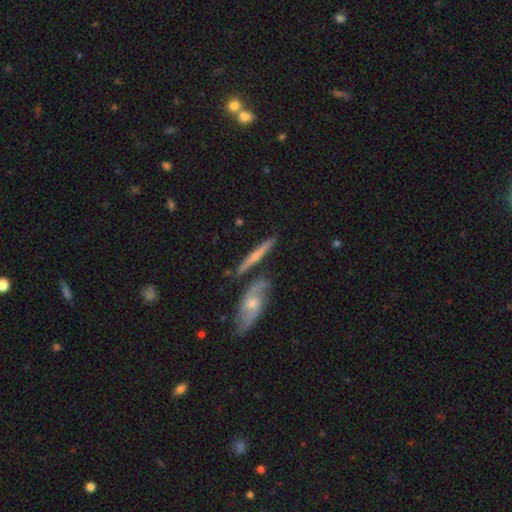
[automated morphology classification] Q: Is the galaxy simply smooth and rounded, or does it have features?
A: featured or disk — 61%.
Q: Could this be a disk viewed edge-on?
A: yes — 89%.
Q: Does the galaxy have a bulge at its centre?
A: rounded — 71%.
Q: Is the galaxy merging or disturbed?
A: none — 75%.